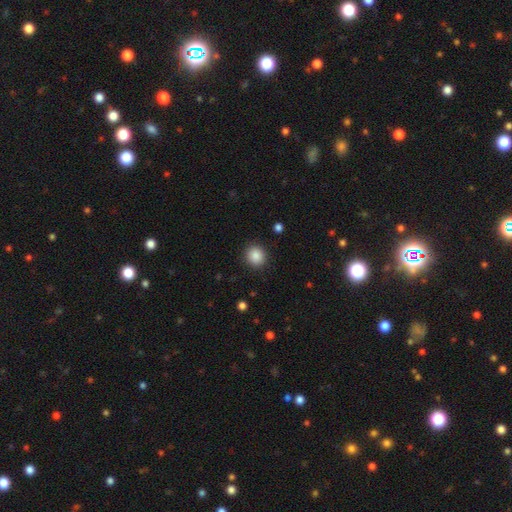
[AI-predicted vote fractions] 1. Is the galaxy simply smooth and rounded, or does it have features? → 87% smooth, 9% star or artifact, 4% featured or disk.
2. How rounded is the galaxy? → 89% round, 10% in between, 1% cigar-shaped.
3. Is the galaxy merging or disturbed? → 91% none, 6% minor disturbance, 2% major disturbance, 1% merger.